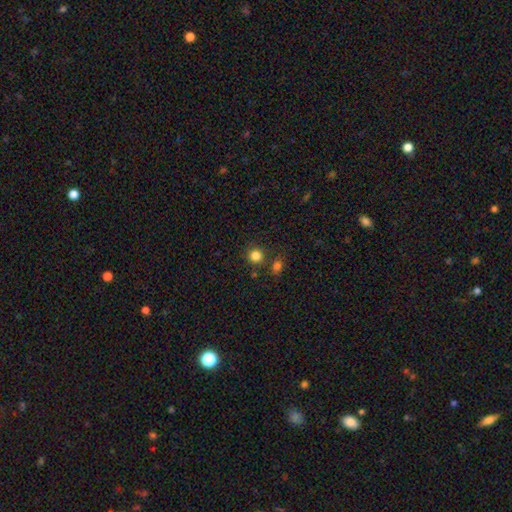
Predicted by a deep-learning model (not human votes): smooth_or_featured: smooth (p=0.83) [alt: star or artifact p=0.12]
how_rounded: round (p=0.92) [alt: in between p=0.07]
merging: none (p=0.79) [alt: merger p=0.10]